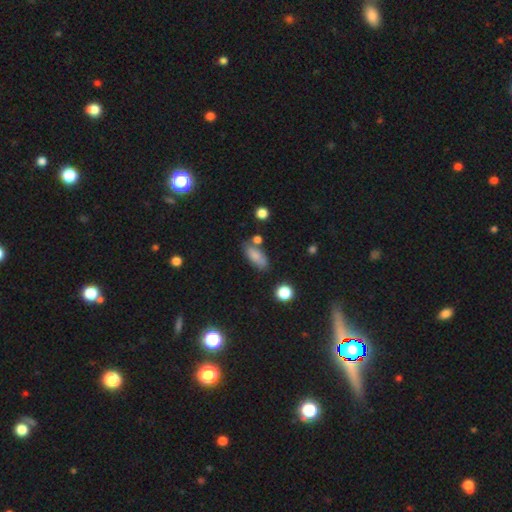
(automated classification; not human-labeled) Smooth or featured? Predicted: smooth (p=0.78). How rounded? Predicted: in between (p=0.83). Merging? Predicted: none (p=0.66).